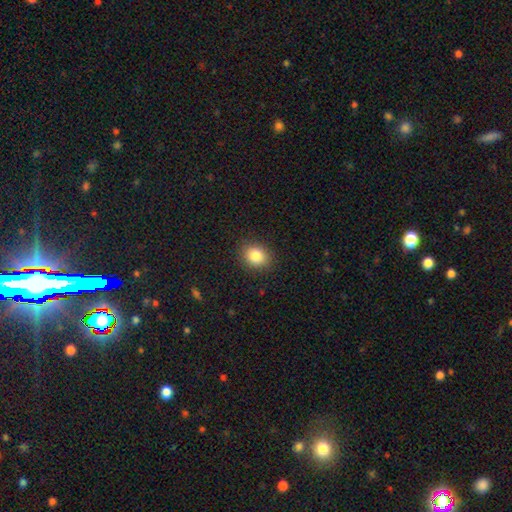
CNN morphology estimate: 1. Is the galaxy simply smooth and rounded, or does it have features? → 84% smooth, 10% star or artifact, 6% featured or disk.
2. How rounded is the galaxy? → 56% round, 43% in between, 1% cigar-shaped.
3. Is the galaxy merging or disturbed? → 88% none, 8% minor disturbance, 2% major disturbance, 1% merger.